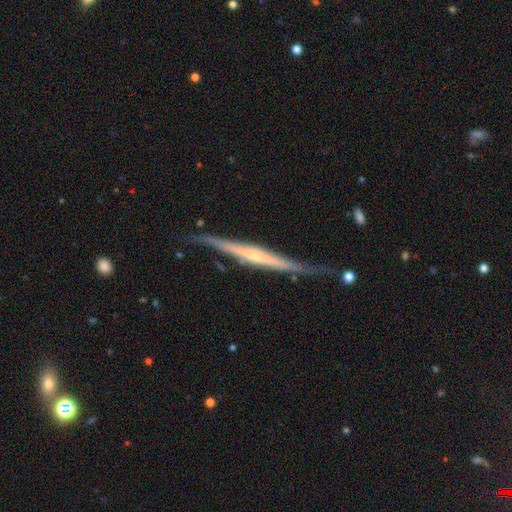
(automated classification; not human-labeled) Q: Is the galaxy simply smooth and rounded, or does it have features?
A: featured or disk — 77%.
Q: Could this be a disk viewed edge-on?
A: yes — 97%.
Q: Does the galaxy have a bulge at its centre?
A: rounded — 49%.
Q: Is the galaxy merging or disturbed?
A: none — 75%.